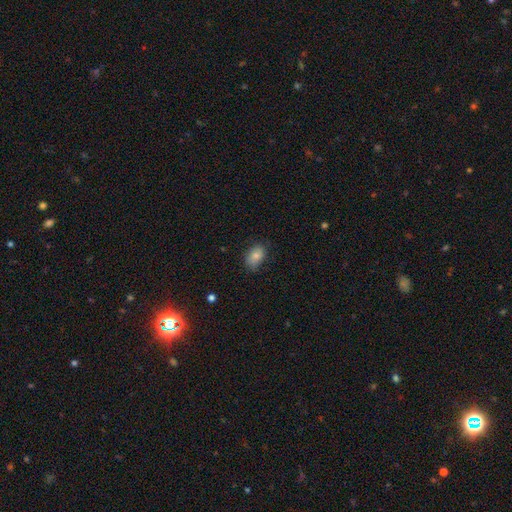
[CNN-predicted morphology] Smooth or featured? Predicted: smooth (p=0.83). How rounded? Predicted: in between (p=0.85). Merging? Predicted: none (p=0.71).